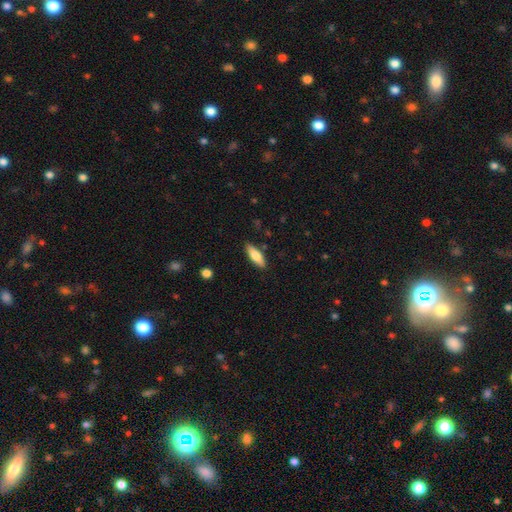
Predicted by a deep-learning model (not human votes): Q: Smooth or featured?
A: smooth (75%); runner-up: featured or disk (20%)
Q: How rounded?
A: in between (54%); runner-up: cigar-shaped (44%)
Q: Merging?
A: none (86%); runner-up: minor disturbance (10%)